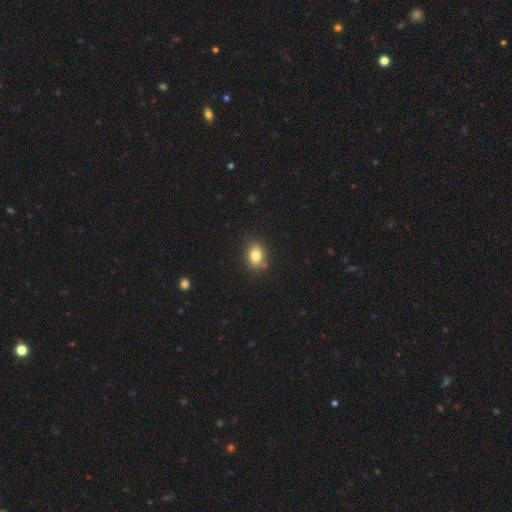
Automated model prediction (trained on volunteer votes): A smooth galaxy with no disk features (82%) that is in between round and cigar-shaped (56%).

Vote fractions:
- Smooth or featured? smooth: 82% / star or artifact: 10% / featured or disk: 8%
- How rounded? in between: 56% / round: 43% / cigar-shaped: 1%
- Merging? none: 81% / minor disturbance: 12% / merger: 4% / major disturbance: 3%